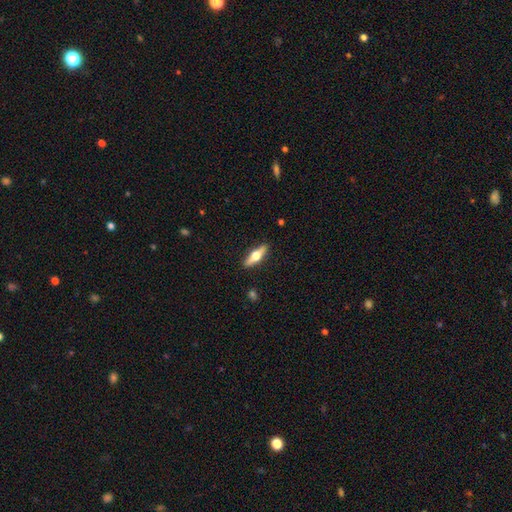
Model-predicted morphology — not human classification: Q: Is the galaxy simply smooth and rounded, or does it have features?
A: featured or disk — 54%.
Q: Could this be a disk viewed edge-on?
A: yes — 93%.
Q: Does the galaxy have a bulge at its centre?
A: rounded — 96%.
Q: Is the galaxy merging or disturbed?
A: none — 90%.